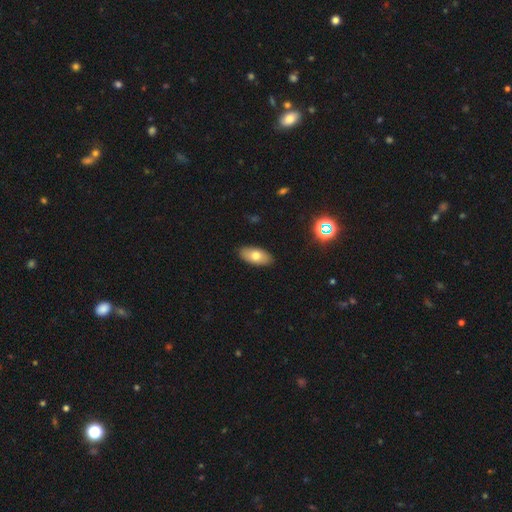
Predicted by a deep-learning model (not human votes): Smooth or featured? Predicted: smooth (p=0.73). How rounded? Predicted: in between (p=0.91). Merging? Predicted: none (p=0.88).